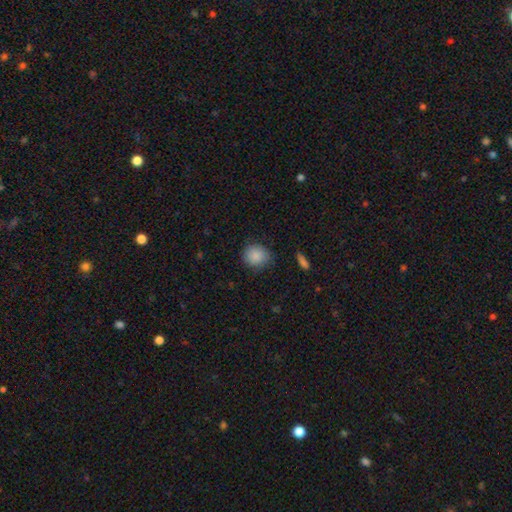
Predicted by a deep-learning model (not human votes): A smooth galaxy with no disk features (88%) that is round (82%).

Vote fractions:
- Smooth or featured? smooth: 88% / star or artifact: 8% / featured or disk: 5%
- How rounded? round: 82% / in between: 17% / cigar-shaped: 1%
- Merging? none: 79% / minor disturbance: 16% / major disturbance: 4% / merger: 1%